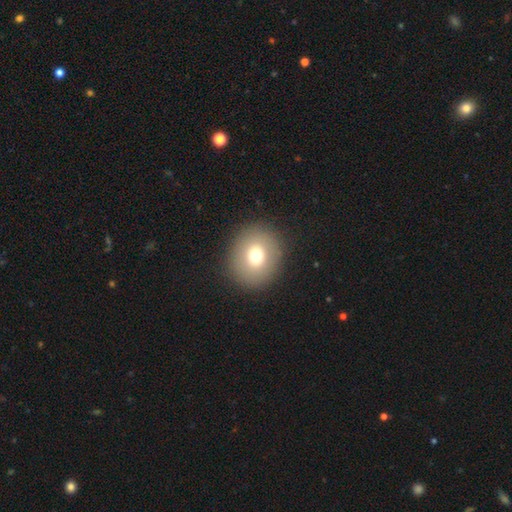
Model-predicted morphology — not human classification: smooth_or_featured: smooth (p=0.73) [alt: featured or disk p=0.15]
how_rounded: round (p=0.78) [alt: in between p=0.21]
merging: none (p=0.90) [alt: minor disturbance p=0.06]